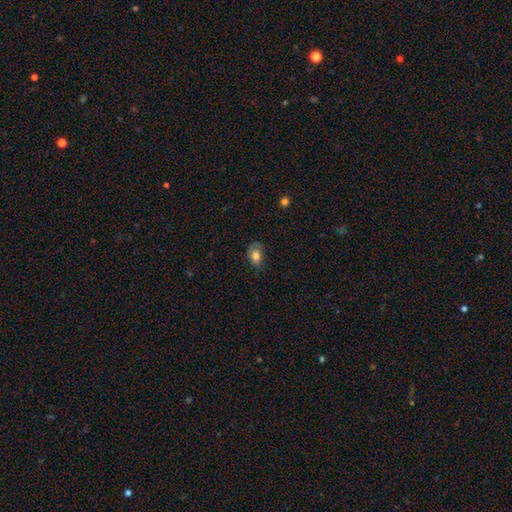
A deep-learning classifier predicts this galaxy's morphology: The model was most divided on "merging": none: 59%, minor disturbance: 30%, major disturbance: 9%, merger: 1%. More confident: smooth or featured — smooth (78%); how rounded — in between (77%).